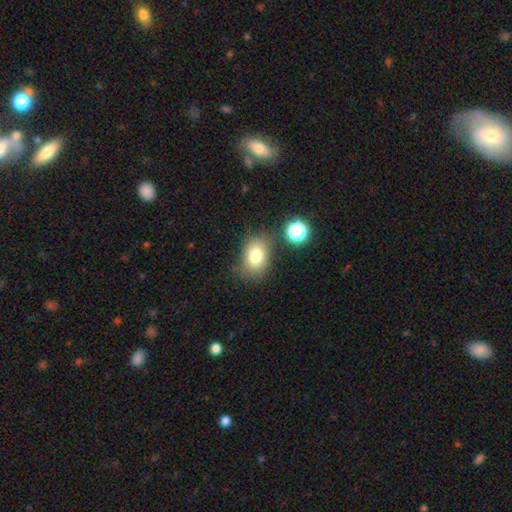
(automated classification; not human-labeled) smooth-or-featured: smooth: 79% | star or artifact: 11% | featured or disk: 10%
  how-rounded: in between: 71% | round: 27% | cigar-shaped: 1%
  merging: none: 72% | minor disturbance: 16% | merger: 6% | major disturbance: 5%